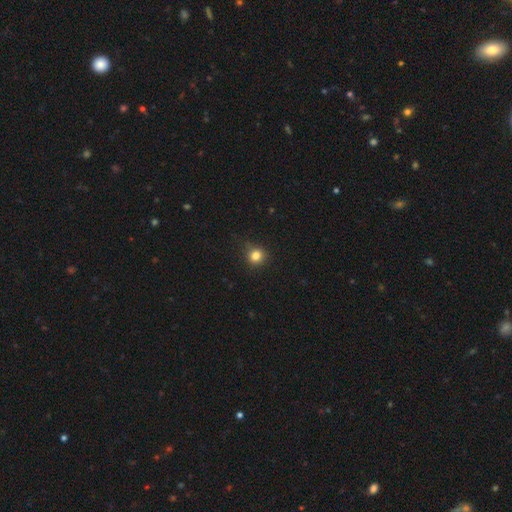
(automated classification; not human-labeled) smooth_or_featured: smooth (p=0.82) [alt: star or artifact p=0.13]
how_rounded: round (p=0.89) [alt: in between p=0.10]
merging: none (p=0.83) [alt: minor disturbance p=0.13]